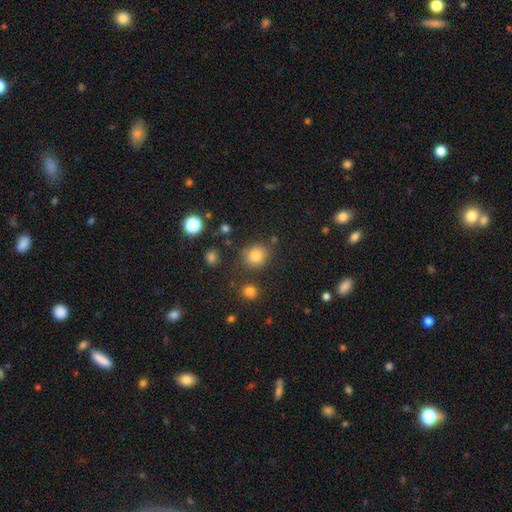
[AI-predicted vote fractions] smooth 80%, star or artifact 14%, featured or disk 6%. Down the decision tree: how rounded — round (85%); merging — none (81%).